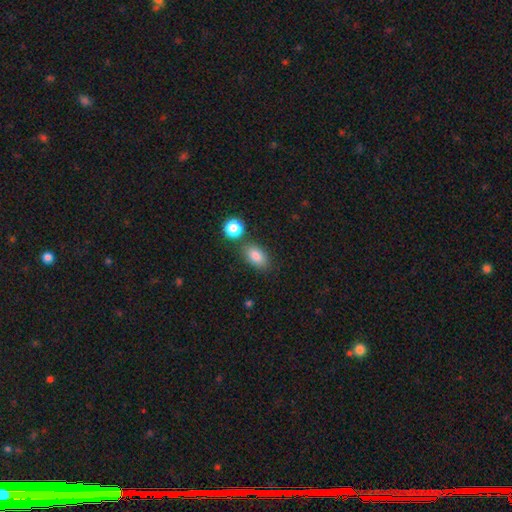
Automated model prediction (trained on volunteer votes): A smooth galaxy with no disk features (85%) that is in between round and cigar-shaped (89%).

Vote fractions:
- Smooth or featured? smooth: 85% / star or artifact: 8% / featured or disk: 7%
- How rounded? in between: 89% / round: 9% / cigar-shaped: 3%
- Merging? none: 73% / minor disturbance: 12% / merger: 11% / major disturbance: 3%